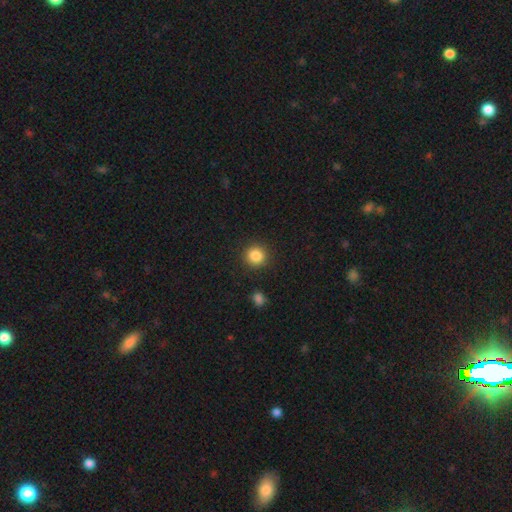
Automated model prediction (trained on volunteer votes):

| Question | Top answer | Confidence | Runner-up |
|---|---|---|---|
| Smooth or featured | smooth | 86% | star or artifact (10%) |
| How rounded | round | 91% | in between (8%) |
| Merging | none | 90% | minor disturbance (6%) |